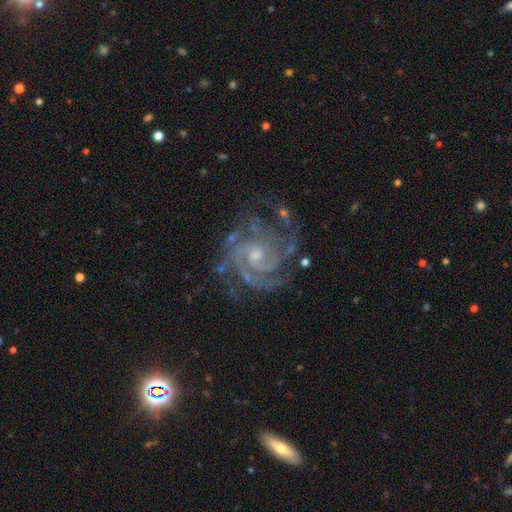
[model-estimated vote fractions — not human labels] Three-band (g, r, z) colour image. It shows a featured or disk galaxy (92%) with no bar (60%), 3 (34%) tight (65%) spiral arms (98%) and a small central bulge (47%). Merging: none (67%).